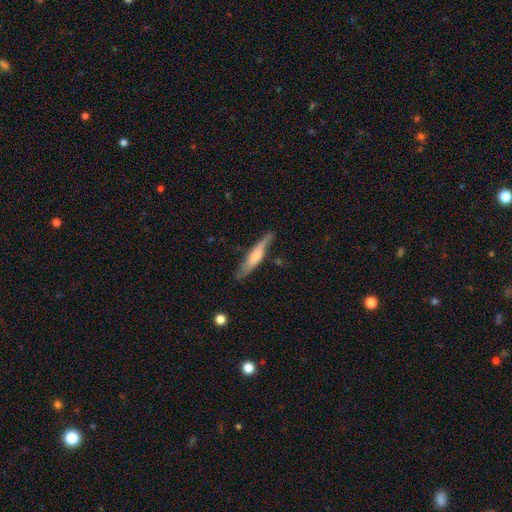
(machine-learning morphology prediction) type=smooth (48%); merging=none (72%).